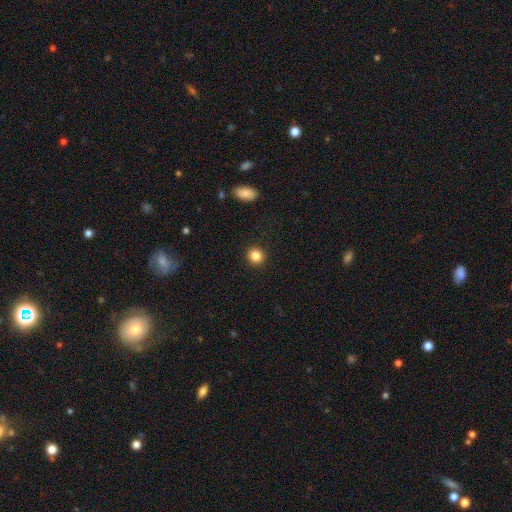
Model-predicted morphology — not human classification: Q: Smooth or featured?
A: smooth (85%); runner-up: star or artifact (10%)
Q: How rounded?
A: round (89%); runner-up: in between (10%)
Q: Merging?
A: none (92%); runner-up: minor disturbance (5%)